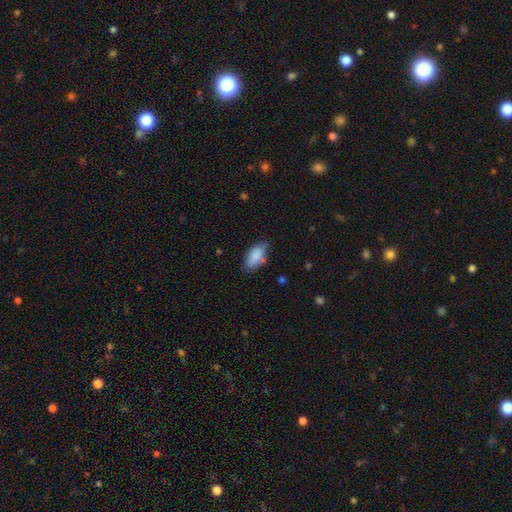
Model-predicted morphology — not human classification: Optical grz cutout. It shows a smooth galaxy with no disk features (86%) that is in between round and cigar-shaped (88%). Merging: none (69%).